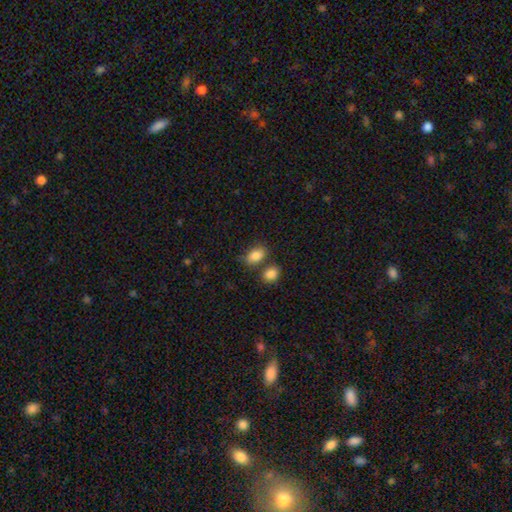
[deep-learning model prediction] Morphology: type=smooth (85%); roundness=in between (86%); merging=none (61%).